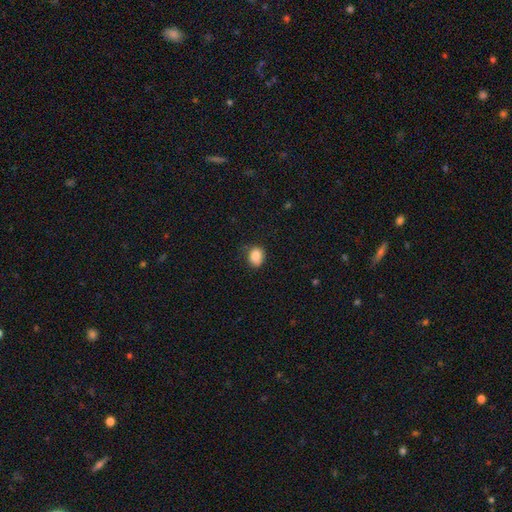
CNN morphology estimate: smooth 85%, star or artifact 9%, featured or disk 6%. Down the decision tree: how rounded — in between (50%); merging — none (70%).